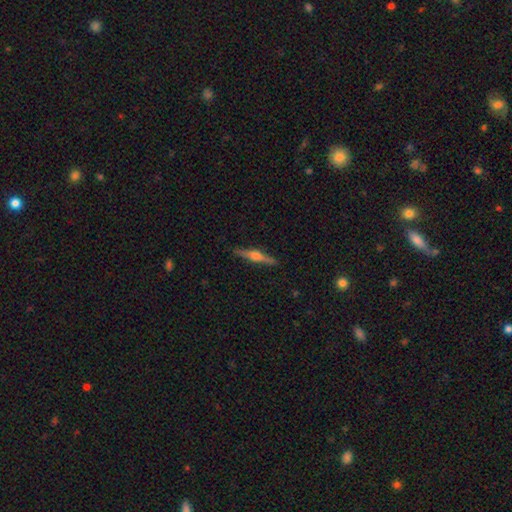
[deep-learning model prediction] featured or disk 72%, smooth 22%, star or artifact 6%. Down the decision tree: edge-on disk — yes (98%); edge-on bulge — rounded (89%); merging — none (90%).